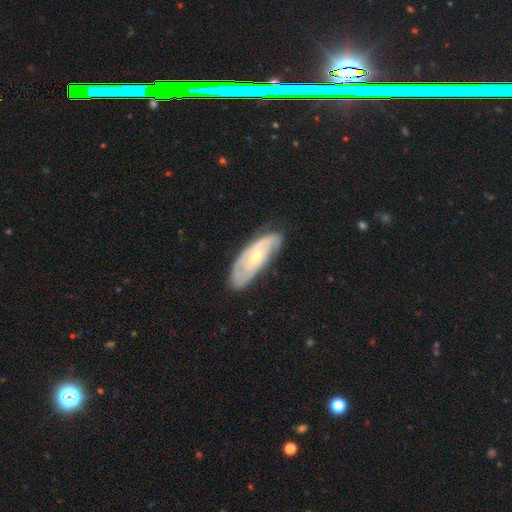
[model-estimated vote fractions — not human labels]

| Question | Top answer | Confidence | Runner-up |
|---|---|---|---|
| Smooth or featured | featured or disk | 70% | smooth (24%) |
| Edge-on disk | no | 84% | yes (16%) |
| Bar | no | 73% | weak (22%) |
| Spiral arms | yes | 81% | no (19%) |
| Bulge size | small | 57% | moderate (40%) |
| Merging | none | 74% | minor disturbance (20%) |